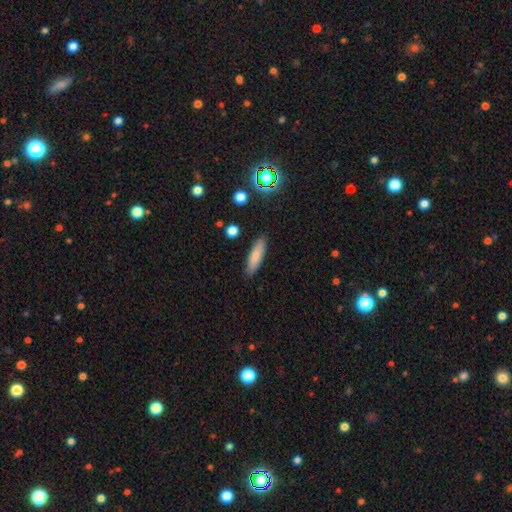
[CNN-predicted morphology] type=smooth (82%); roundness=cigar-shaped (57%); merging=none (88%).